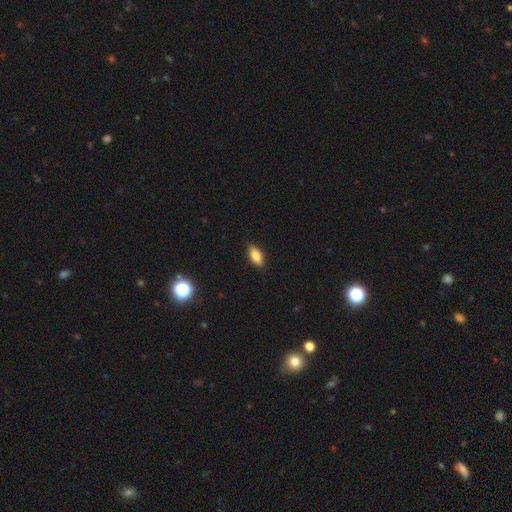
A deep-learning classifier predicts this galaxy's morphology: smooth-or-featured: smooth: 79% | featured or disk: 13% | star or artifact: 8%
  how-rounded: in between: 85% | cigar-shaped: 12% | round: 3%
  merging: none: 87% | minor disturbance: 10% | major disturbance: 2% | merger: 1%